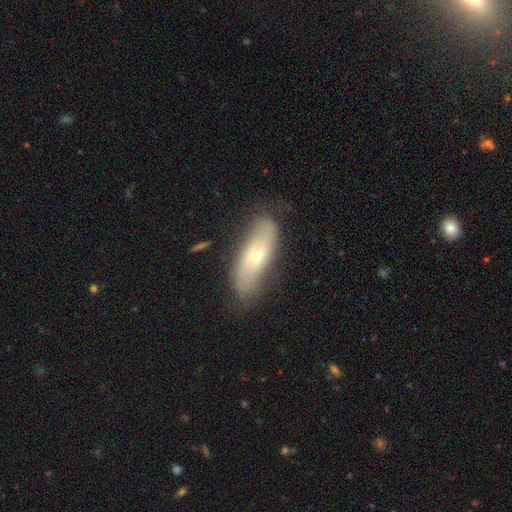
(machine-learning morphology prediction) smooth-or-featured: featured or disk: 49% | smooth: 43% | star or artifact: 8%
  merging: none: 74% | minor disturbance: 19% | major disturbance: 6% | merger: 2%